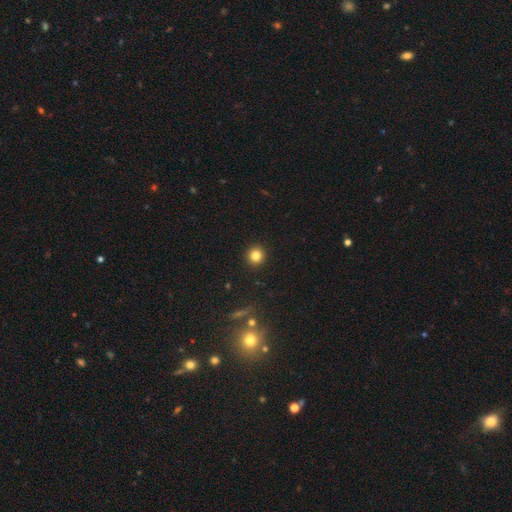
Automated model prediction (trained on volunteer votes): Smooth or featured? Predicted: smooth (p=0.82). How rounded? Predicted: round (p=0.94). Merging? Predicted: none (p=0.93).